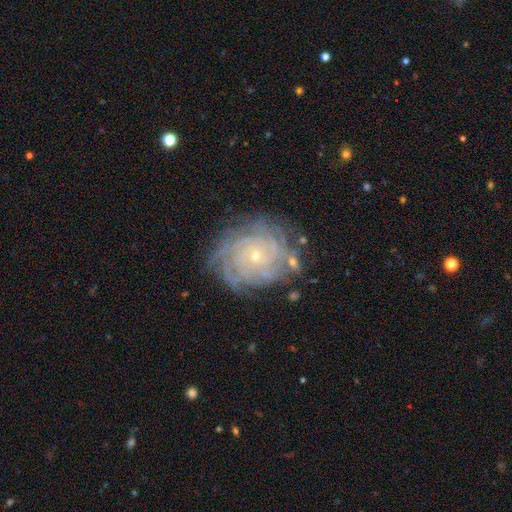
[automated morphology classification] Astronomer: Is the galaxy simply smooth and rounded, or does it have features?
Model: featured or disk — 84%.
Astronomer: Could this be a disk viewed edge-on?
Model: no — 97%.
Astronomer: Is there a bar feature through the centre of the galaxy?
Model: no — 81%.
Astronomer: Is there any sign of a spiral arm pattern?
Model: yes — 96%.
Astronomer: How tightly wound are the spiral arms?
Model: tight — 80%.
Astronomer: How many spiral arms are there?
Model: more than 4 — 28% (runner-up: can't tell, 25%).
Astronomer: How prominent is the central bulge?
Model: small — 84%.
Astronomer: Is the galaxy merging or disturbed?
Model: none — 77%.